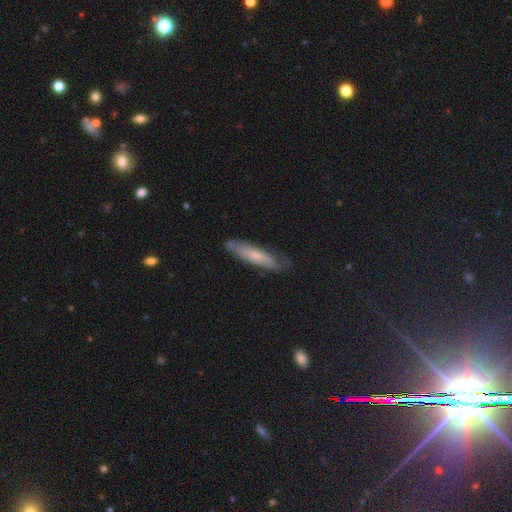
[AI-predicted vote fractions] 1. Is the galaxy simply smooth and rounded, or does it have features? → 53% smooth, 41% featured or disk, 6% star or artifact.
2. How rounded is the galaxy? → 71% cigar-shaped, 28% in between, 2% round.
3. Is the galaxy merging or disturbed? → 67% none, 24% minor disturbance, 7% major disturbance, 2% merger.